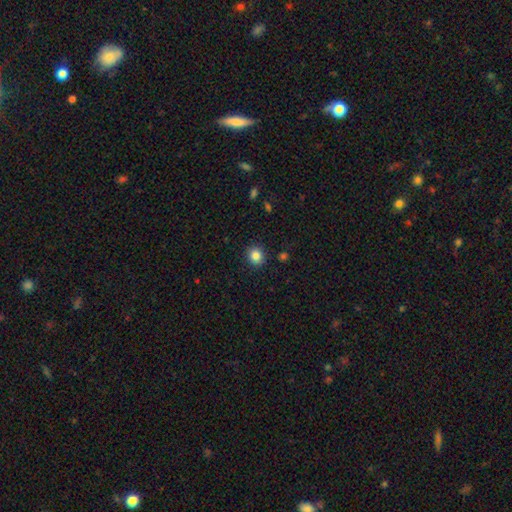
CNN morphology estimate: The model was most divided on "how rounded": round: 85%, in between: 14%, cigar-shaped: 1%. More confident: merging — none (90%); smooth or featured — smooth (84%).